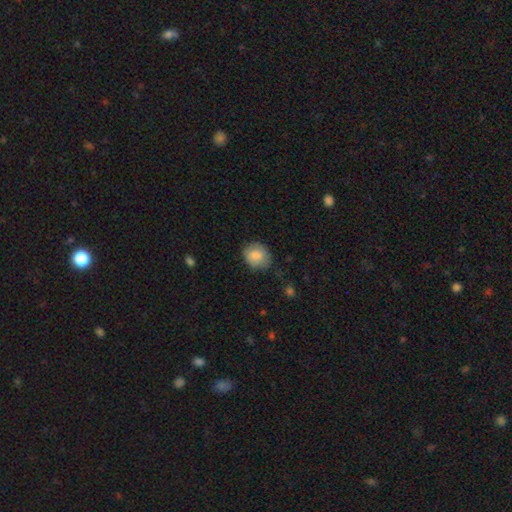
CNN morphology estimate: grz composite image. It shows a smooth galaxy with no disk features (84%) that is round (72%). Merging: none (74%).